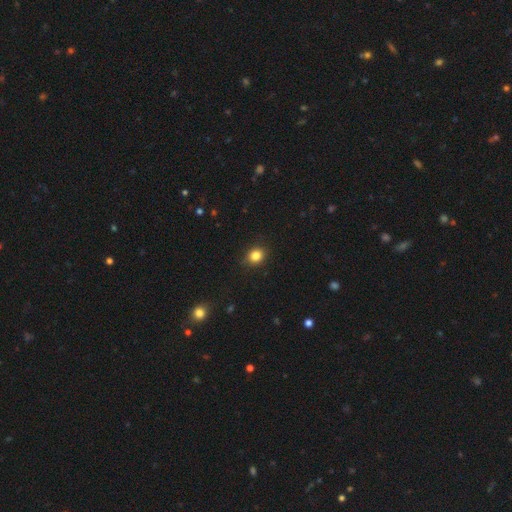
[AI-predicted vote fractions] Smooth or featured? smooth (84%)
How rounded? round (70%)
Merging? none (87%)